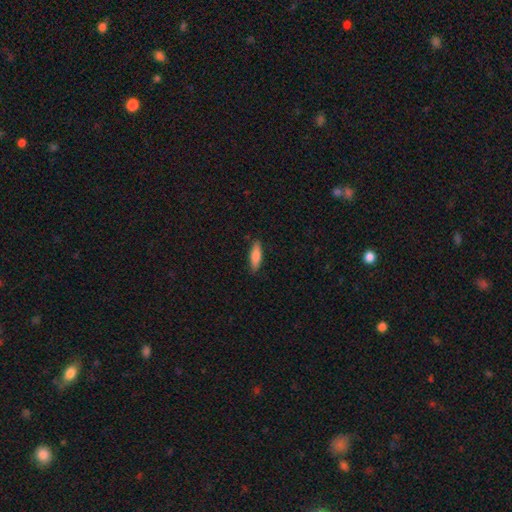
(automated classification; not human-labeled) A smooth galaxy with no disk features (82%) that is cigar-shaped (53%).

Vote fractions:
- Smooth or featured? smooth: 82% / featured or disk: 12% / star or artifact: 6%
- How rounded? cigar-shaped: 53% / in between: 45% / round: 2%
- Merging? none: 87% / minor disturbance: 10% / major disturbance: 2% / merger: 1%